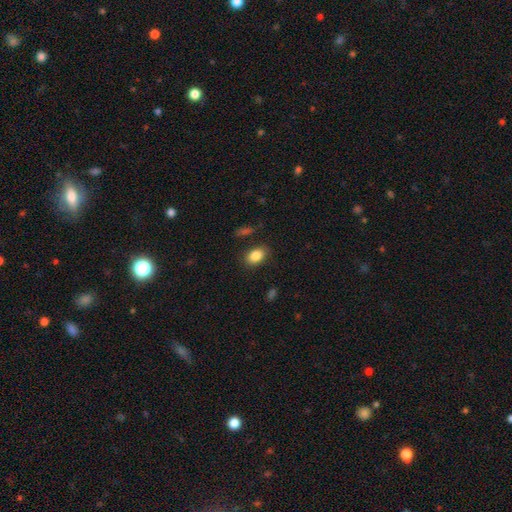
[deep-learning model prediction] Morphology: type=smooth (86%); roundness=in between (83%); merging=none (84%).